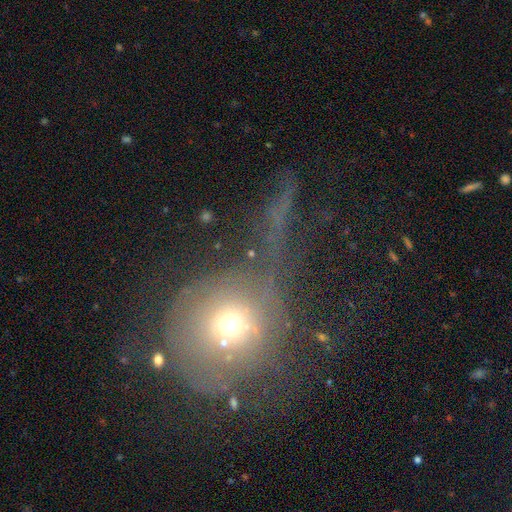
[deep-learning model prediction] Smooth or featured? Predicted: smooth (p=0.47). Merging? Predicted: major disturbance (p=0.39).